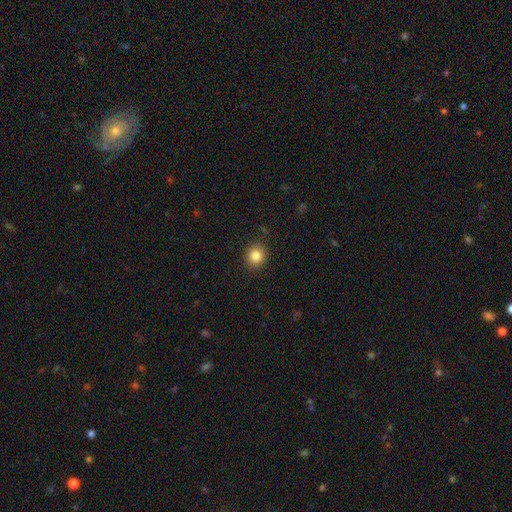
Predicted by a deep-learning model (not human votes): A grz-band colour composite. It shows a smooth galaxy with no disk features (84%) that is round (81%). Merging: none (89%).